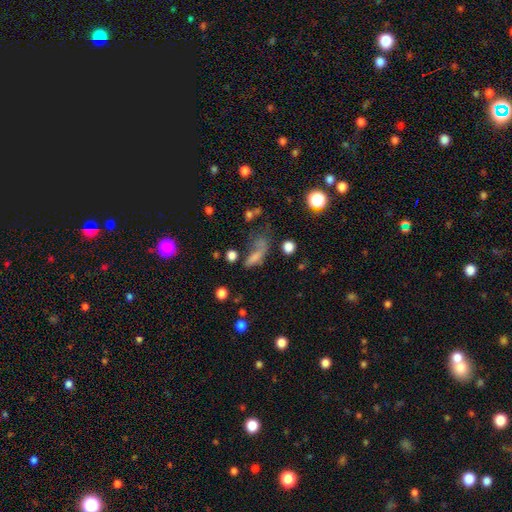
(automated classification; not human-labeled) smooth_or_featured: smooth (p=0.65) [alt: featured or disk p=0.18]
how_rounded: in between (p=0.58) [alt: cigar-shaped p=0.32]
merging: major disturbance (p=0.33) [alt: none p=0.30]